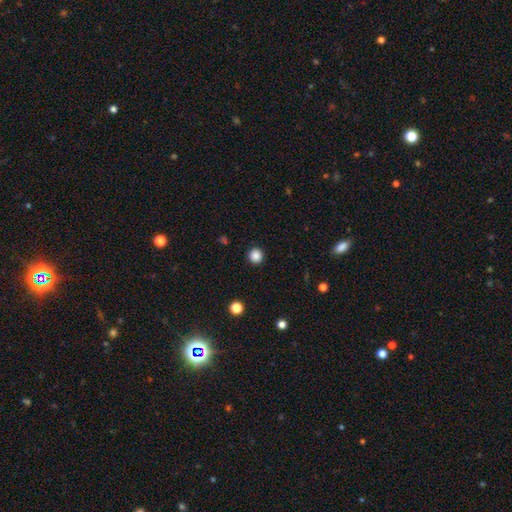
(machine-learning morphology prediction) A smooth galaxy with no disk features (86%) that is round (94%). Merging: none (92%).